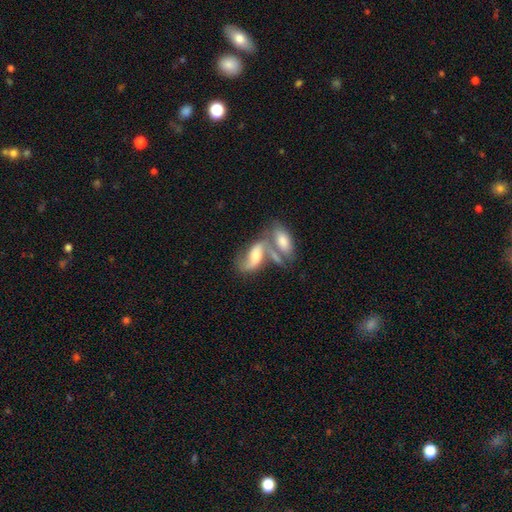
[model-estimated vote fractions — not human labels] Smooth or featured? featured or disk (63%)
Edge-on disk? no (89%)
Bar? no (41%)
Spiral arms? yes (84%)
Bulge size? moderate (56%)
Merging? merger (59%)